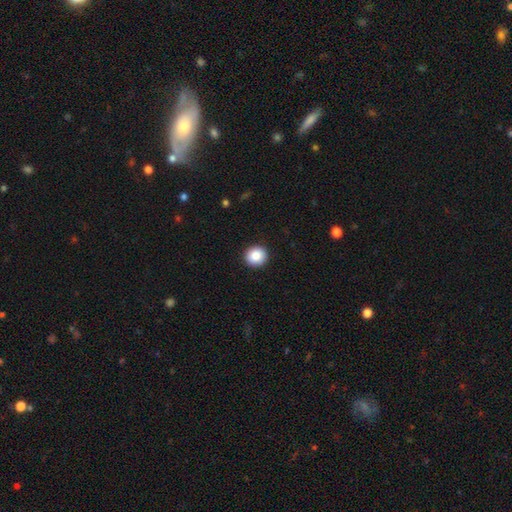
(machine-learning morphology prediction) type=smooth (87%); roundness=round (90%); merging=none (92%).